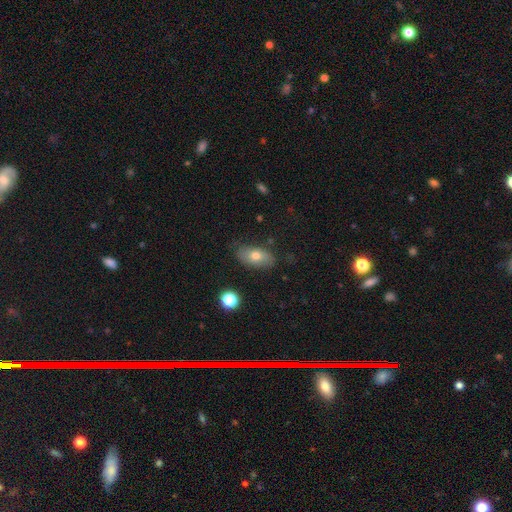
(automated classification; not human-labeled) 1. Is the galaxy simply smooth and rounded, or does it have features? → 70% smooth, 22% featured or disk, 8% star or artifact.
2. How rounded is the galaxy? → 89% in between, 7% round, 4% cigar-shaped.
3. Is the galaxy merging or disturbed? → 79% none, 16% minor disturbance, 4% major disturbance, 2% merger.